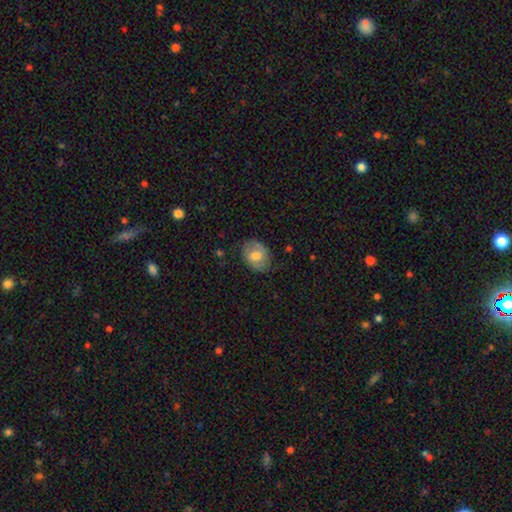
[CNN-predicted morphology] smooth-or-featured: smooth: 64% | featured or disk: 29% | star or artifact: 7%
  how-rounded: in between: 62% | round: 37% | cigar-shaped: 1%
  merging: none: 71% | minor disturbance: 22% | major disturbance: 6% | merger: 1%